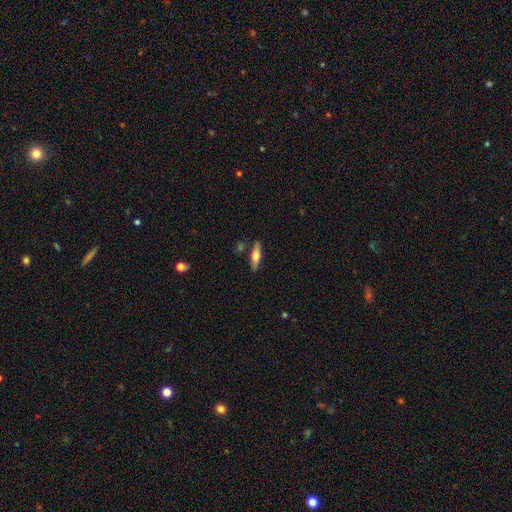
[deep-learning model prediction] Smooth or featured? smooth (54%)
How rounded? cigar-shaped (64%)
Merging? none (85%)